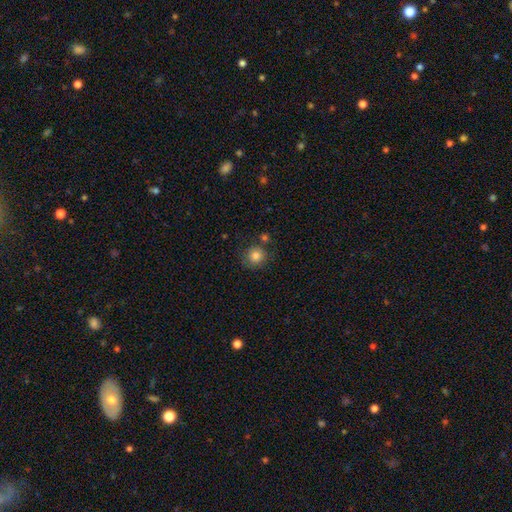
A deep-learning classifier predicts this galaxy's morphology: This appears to be a smooth galaxy with no disk features (82%) that is round (91%). Merging: none (76%).